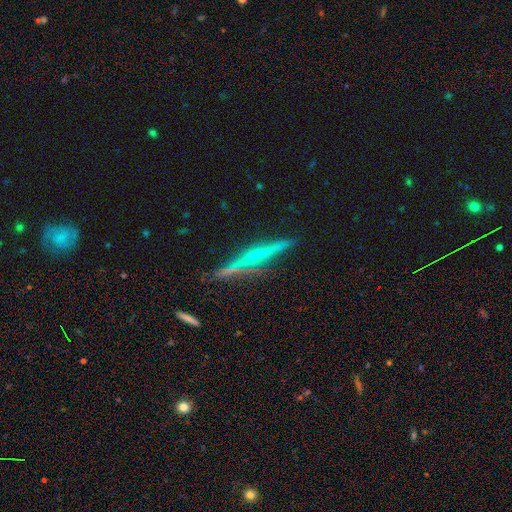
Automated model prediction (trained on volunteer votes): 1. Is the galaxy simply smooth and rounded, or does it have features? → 61% featured or disk, 28% smooth, 11% star or artifact.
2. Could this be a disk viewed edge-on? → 94% yes, 6% no.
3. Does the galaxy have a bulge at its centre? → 57% none, 30% rounded, 14% boxy.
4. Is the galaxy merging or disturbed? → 76% none, 15% minor disturbance, 5% merger, 5% major disturbance.